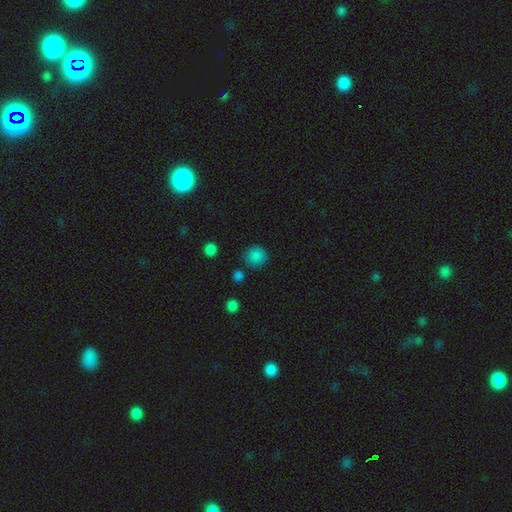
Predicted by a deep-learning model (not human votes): Smooth or featured: smooth — 84% (star or artifact — 11%)
How rounded: round — 92% (in between — 7%)
Merging: none — 82% (minor disturbance — 10%)